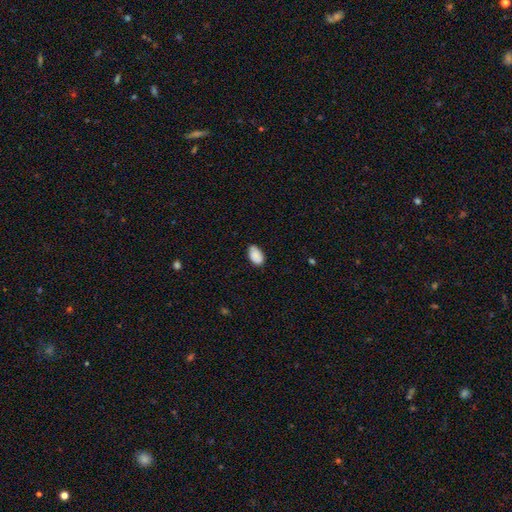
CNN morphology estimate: This is clearly a smooth galaxy (88%). How rounded: clearly in between (93%). Merging: likely none (77%).